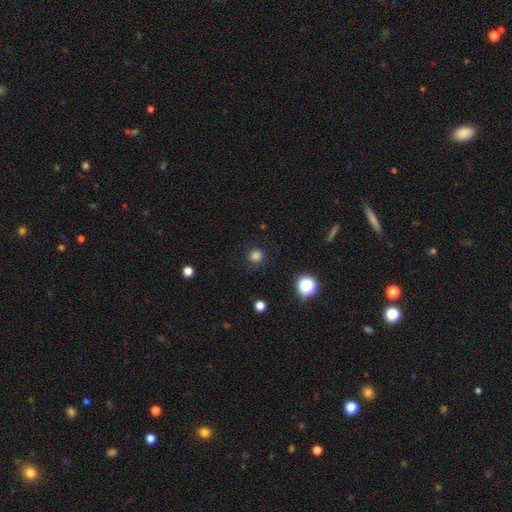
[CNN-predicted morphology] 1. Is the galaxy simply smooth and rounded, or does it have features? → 81% smooth, 15% star or artifact, 4% featured or disk.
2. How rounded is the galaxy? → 93% round, 6% in between, 1% cigar-shaped.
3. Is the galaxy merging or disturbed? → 86% none, 9% minor disturbance, 4% major disturbance, 1% merger.